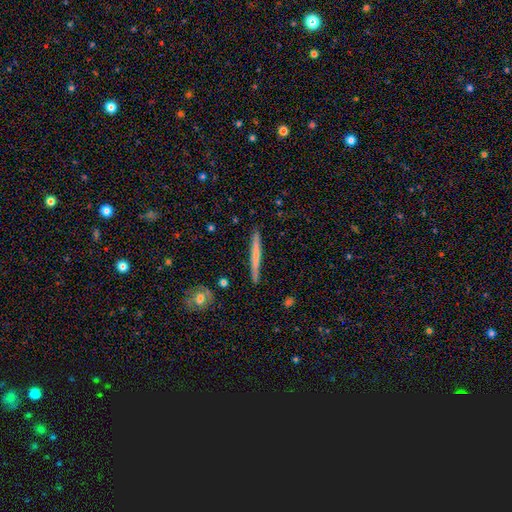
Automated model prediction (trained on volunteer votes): This is possibly a smooth galaxy (50%). How rounded: clearly cigar-shaped (97%). Merging: clearly none (91%).